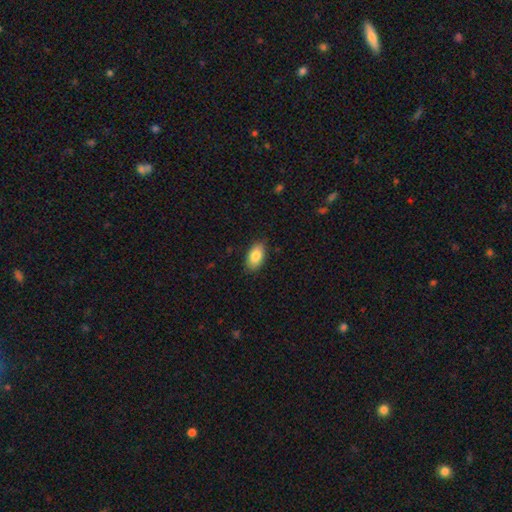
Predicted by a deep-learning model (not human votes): A smooth galaxy with no disk features (86%) that is in between round and cigar-shaped (93%). Merging: none (87%).